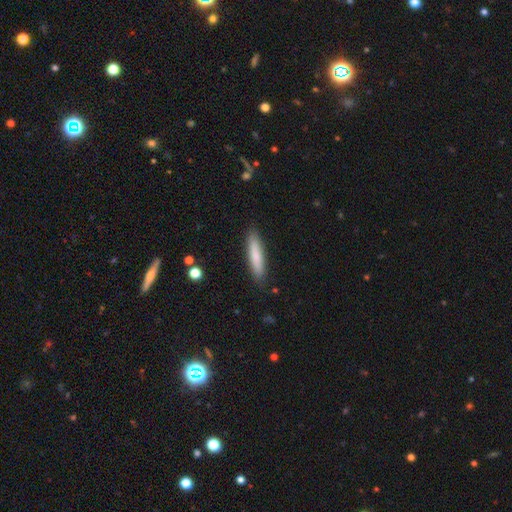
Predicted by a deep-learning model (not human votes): This appears to be a smooth galaxy with no disk features (77%) that is cigar-shaped (85%). Merging: none (89%).